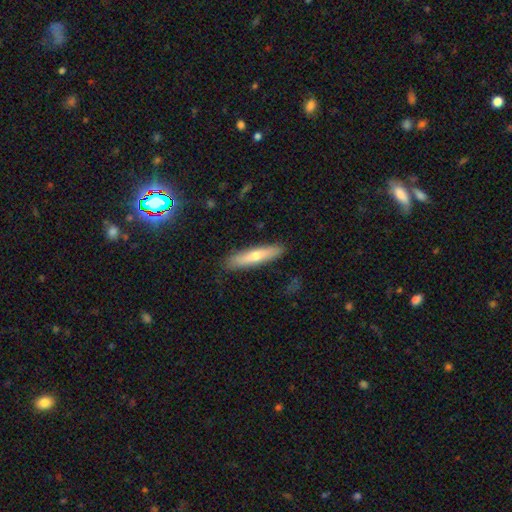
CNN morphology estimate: A smooth galaxy with no disk features (57%) that is cigar-shaped (82%).

Vote fractions:
- Smooth or featured? smooth: 57% / featured or disk: 37% / star or artifact: 6%
- How rounded? cigar-shaped: 82% / in between: 16% / round: 2%
- Merging? none: 88% / minor disturbance: 9% / major disturbance: 2% / merger: 1%